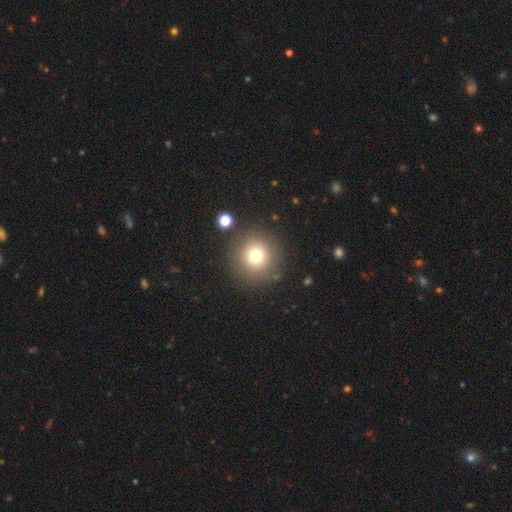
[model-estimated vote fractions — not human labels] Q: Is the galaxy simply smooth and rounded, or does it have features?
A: smooth — 74%.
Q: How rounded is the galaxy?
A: round — 95%.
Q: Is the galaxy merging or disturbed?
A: none — 86%.